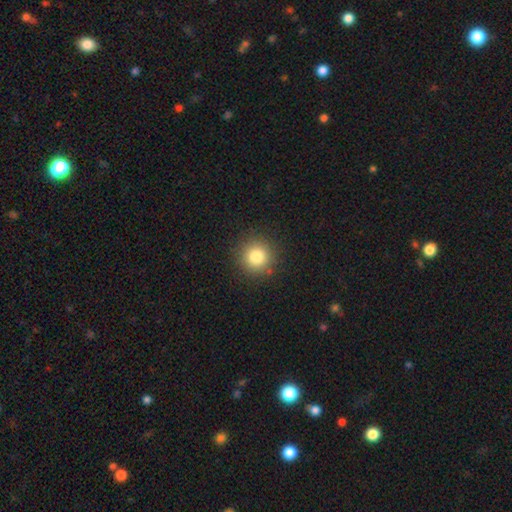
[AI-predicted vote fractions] Overall: smooth (81%). How rounded: round (94%). Merging: none (90%).